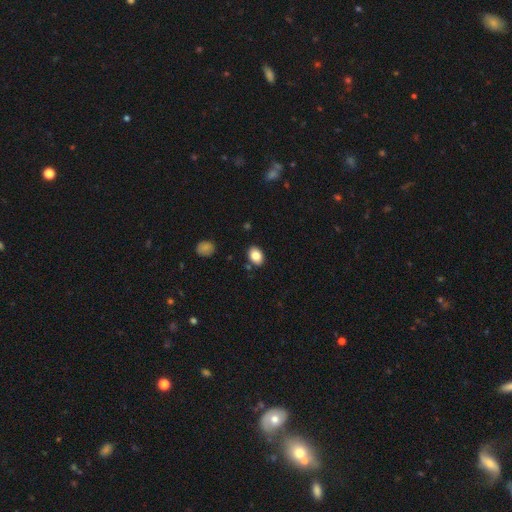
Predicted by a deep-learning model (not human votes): smooth-or-featured: smooth: 84% | star or artifact: 9% | featured or disk: 7%
  how-rounded: in between: 80% | round: 19% | cigar-shaped: 1%
  merging: none: 85% | minor disturbance: 10% | merger: 3% | major disturbance: 2%